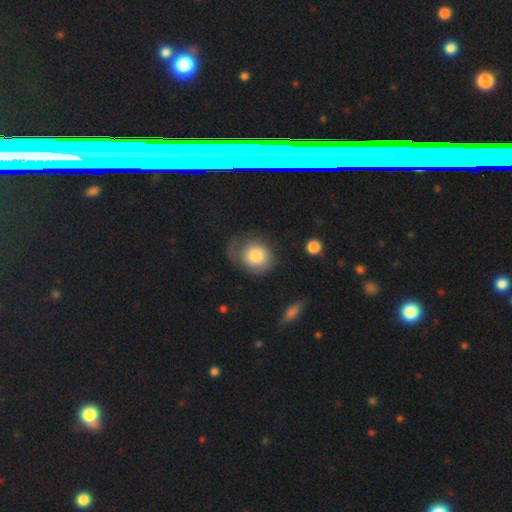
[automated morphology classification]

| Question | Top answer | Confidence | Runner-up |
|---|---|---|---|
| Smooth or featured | smooth | 74% | featured or disk (18%) |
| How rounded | round | 70% | in between (29%) |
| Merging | none | 46% | minor disturbance (29%) |